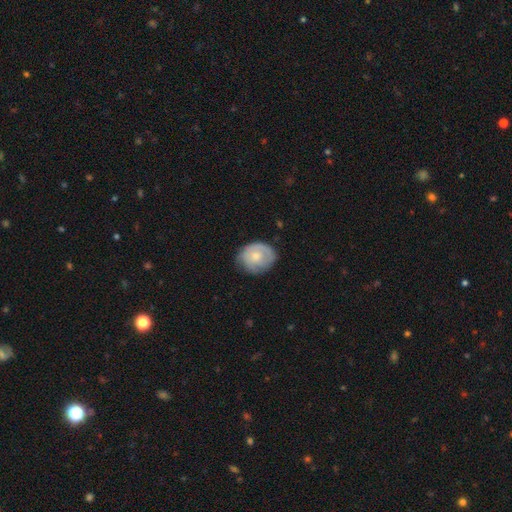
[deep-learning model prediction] Smooth or featured? smooth (57%)
How rounded? round (61%)
Merging? none (66%)